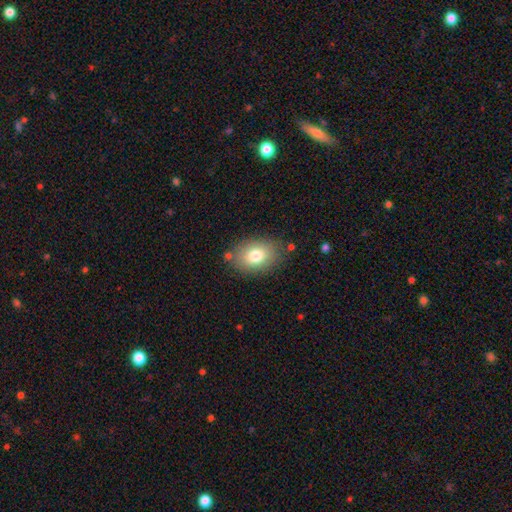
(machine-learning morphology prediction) Q: Smooth or featured?
A: smooth (77%); runner-up: featured or disk (13%)
Q: How rounded?
A: in between (79%); runner-up: round (19%)
Q: Merging?
A: none (80%); runner-up: minor disturbance (13%)